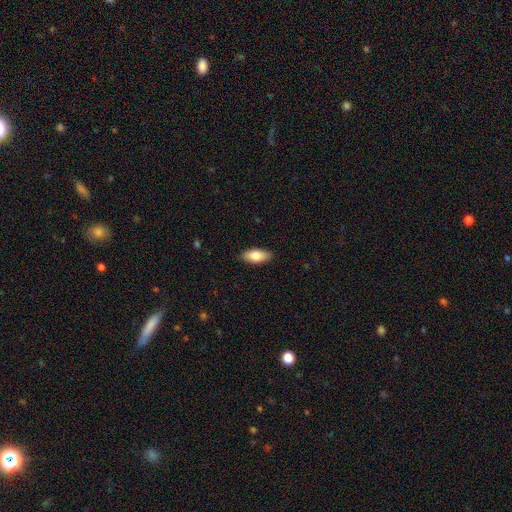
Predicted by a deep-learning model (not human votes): Smooth or featured? Predicted: smooth (p=0.80). How rounded? Predicted: in between (p=0.87). Merging? Predicted: none (p=0.88).